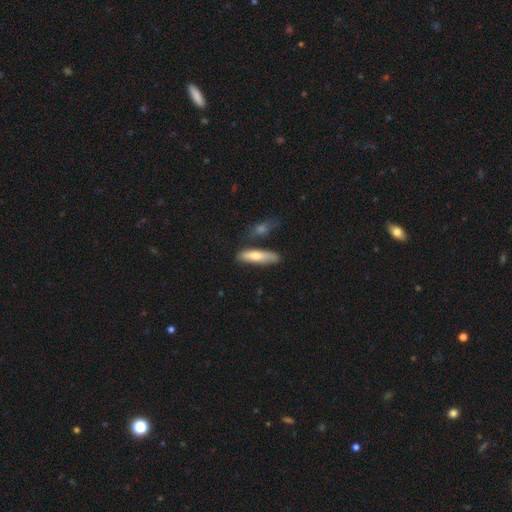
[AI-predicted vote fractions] A smooth galaxy with no disk features (67%) that is cigar-shaped (70%). Merging: none (70%).